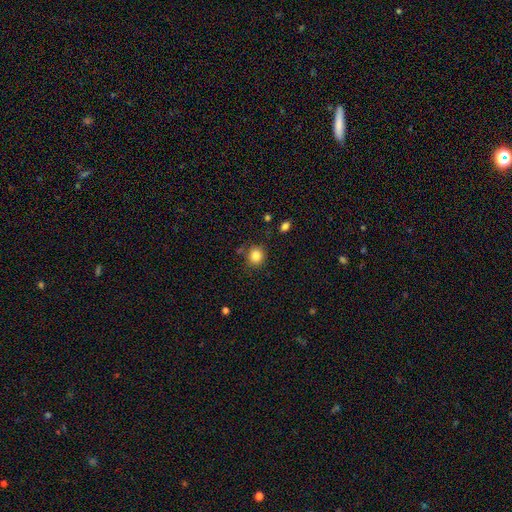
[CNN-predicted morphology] This appears to be a smooth galaxy with no disk features (84%) that is round (85%). Merging: none (81%).